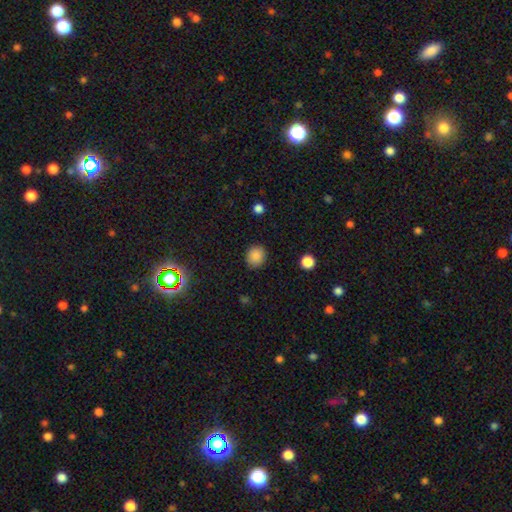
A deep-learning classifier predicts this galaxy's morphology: Q: Smooth or featured?
A: smooth (86%); runner-up: star or artifact (11%)
Q: How rounded?
A: round (76%); runner-up: in between (23%)
Q: Merging?
A: none (88%); runner-up: minor disturbance (9%)